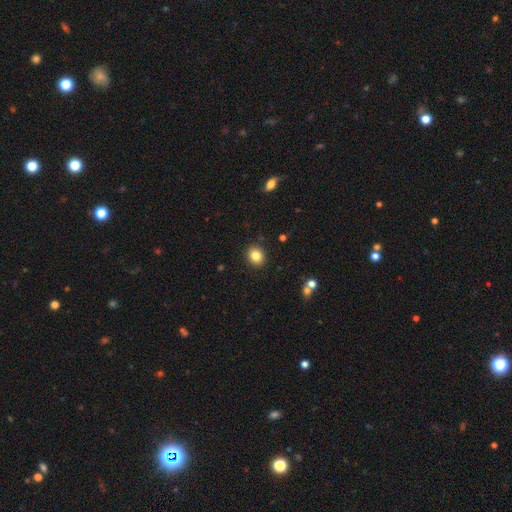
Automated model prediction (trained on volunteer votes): Smooth or featured: smooth — 83% (star or artifact — 10%)
How rounded: round — 68% (in between — 31%)
Merging: none — 90% (minor disturbance — 7%)